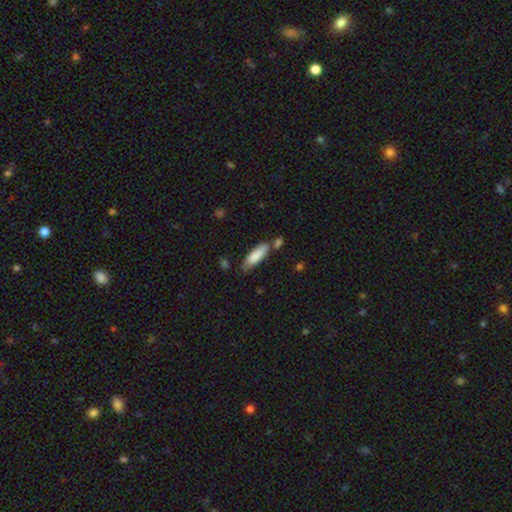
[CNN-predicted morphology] A smooth galaxy with no disk features (83%) that is in between round and cigar-shaped (53%).

Vote fractions:
- Smooth or featured? smooth: 83% / featured or disk: 11% / star or artifact: 6%
- How rounded? in between: 53% / cigar-shaped: 45% / round: 2%
- Merging? none: 60% / minor disturbance: 24% / merger: 11% / major disturbance: 5%